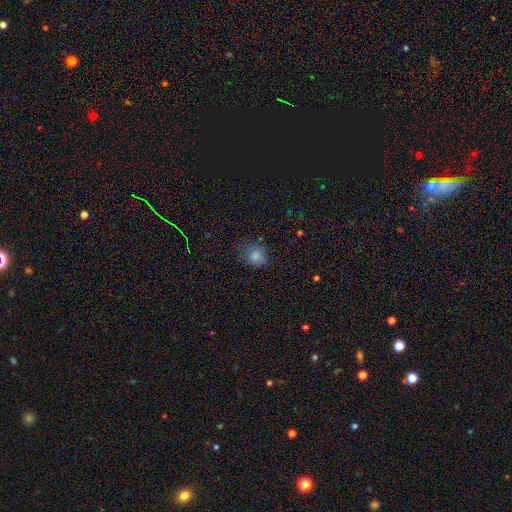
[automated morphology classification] A smooth galaxy with no disk features (81%) that is round (73%).

Vote fractions:
- Smooth or featured? smooth: 81% / star or artifact: 13% / featured or disk: 6%
- How rounded? round: 73% / in between: 26% / cigar-shaped: 1%
- Merging? none: 70% / minor disturbance: 21% / major disturbance: 7% / merger: 2%